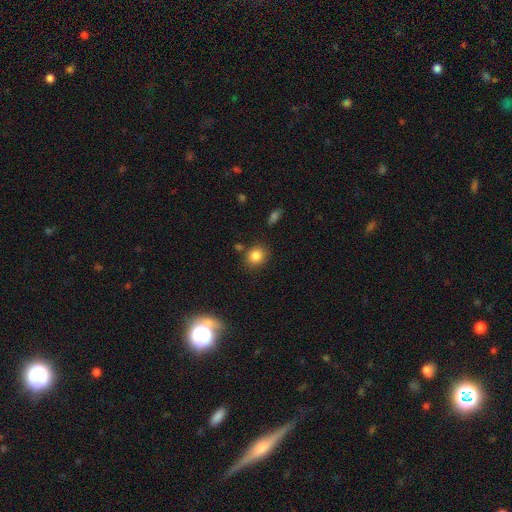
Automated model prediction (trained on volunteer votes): A smooth galaxy with no disk features (84%) that is round (75%).

Vote fractions:
- Smooth or featured? smooth: 84% / star or artifact: 10% / featured or disk: 6%
- How rounded? round: 75% / in between: 24% / cigar-shaped: 1%
- Merging? none: 81% / minor disturbance: 11% / merger: 5% / major disturbance: 3%